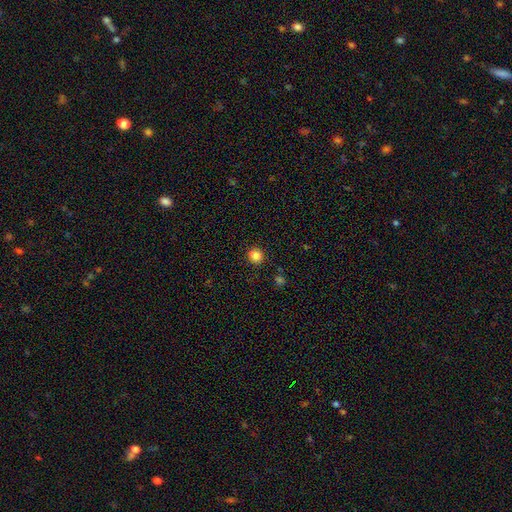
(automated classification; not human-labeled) Smooth or featured?
  - smooth: 84% *
  - star or artifact: 12%
  - featured or disk: 4%
How rounded?
  - round: 84% *
  - in between: 15%
  - cigar-shaped: 1%
Merging?
  - none: 89% *
  - minor disturbance: 7%
  - major disturbance: 2%
  - merger: 2%